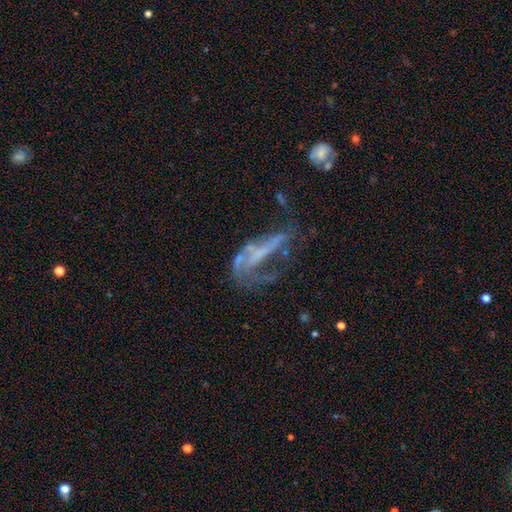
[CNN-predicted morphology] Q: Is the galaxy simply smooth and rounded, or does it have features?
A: featured or disk — 59%.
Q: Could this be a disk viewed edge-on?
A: no — 80%.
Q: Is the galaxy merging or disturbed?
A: major disturbance — 46%.